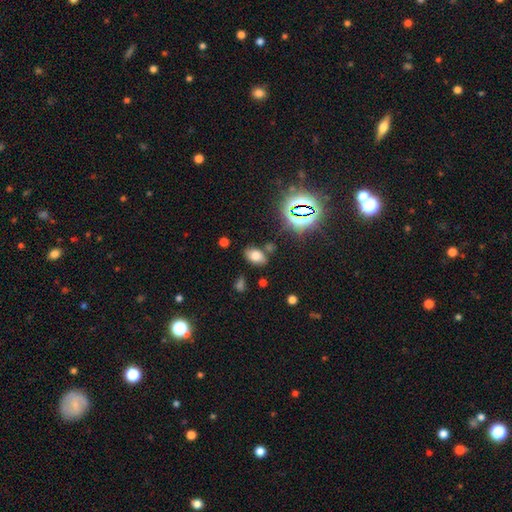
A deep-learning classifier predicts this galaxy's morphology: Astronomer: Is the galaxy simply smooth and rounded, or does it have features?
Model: smooth — 68%.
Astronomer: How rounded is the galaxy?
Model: in between — 88%.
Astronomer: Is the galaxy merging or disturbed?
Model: none — 74%.